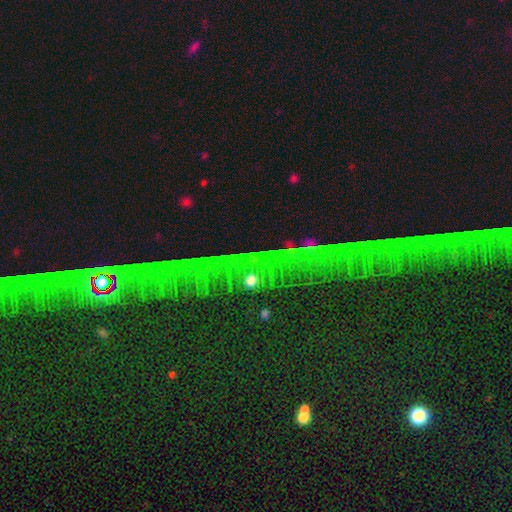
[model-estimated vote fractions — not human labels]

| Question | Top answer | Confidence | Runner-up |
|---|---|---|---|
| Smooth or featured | star or artifact | 83% | featured or disk (9%) |